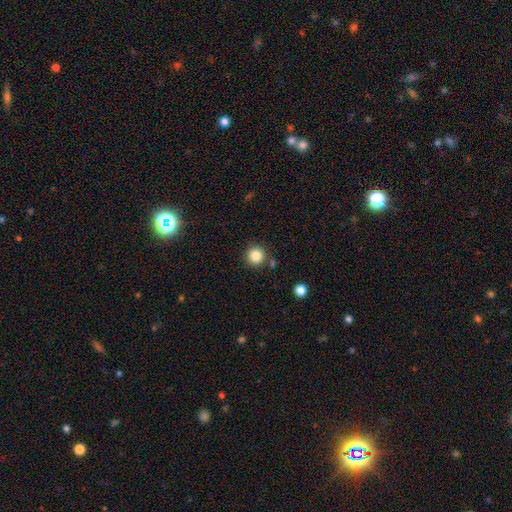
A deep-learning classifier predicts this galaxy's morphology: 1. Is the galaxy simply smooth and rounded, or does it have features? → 85% smooth, 11% star or artifact, 5% featured or disk.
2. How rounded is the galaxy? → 94% round, 5% in between, 1% cigar-shaped.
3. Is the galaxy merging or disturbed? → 84% none, 8% minor disturbance, 6% merger, 3% major disturbance.